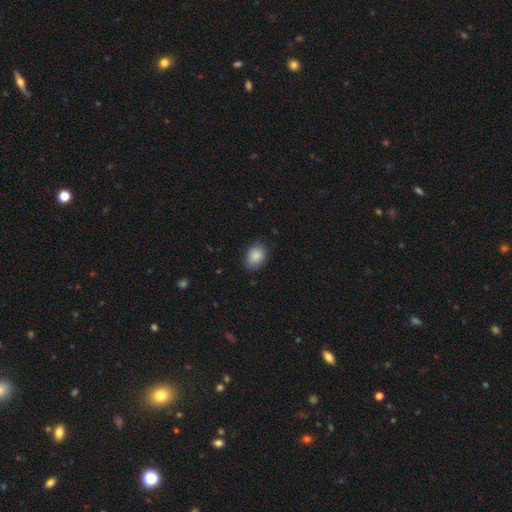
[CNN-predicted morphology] smooth-or-featured: smooth: 88% | star or artifact: 8% | featured or disk: 5%
  how-rounded: in between: 63% | round: 36% | cigar-shaped: 1%
  merging: none: 81% | minor disturbance: 15% | major disturbance: 3% | merger: 1%